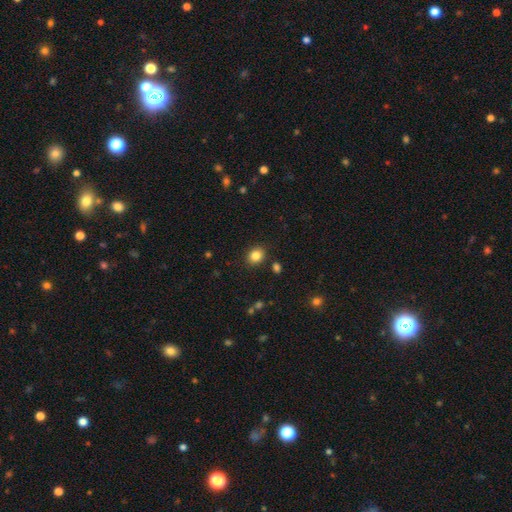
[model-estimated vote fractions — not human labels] smooth_or_featured: smooth (p=0.84) [alt: star or artifact p=0.11]
how_rounded: round (p=0.66) [alt: in between p=0.33]
merging: none (p=0.87) [alt: minor disturbance p=0.08]